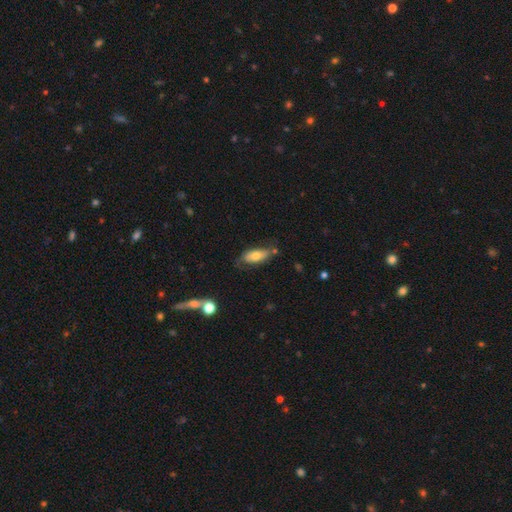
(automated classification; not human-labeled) This appears to be a smooth galaxy with no disk features (64%) that is in between round and cigar-shaped (80%). Merging: none (57%).